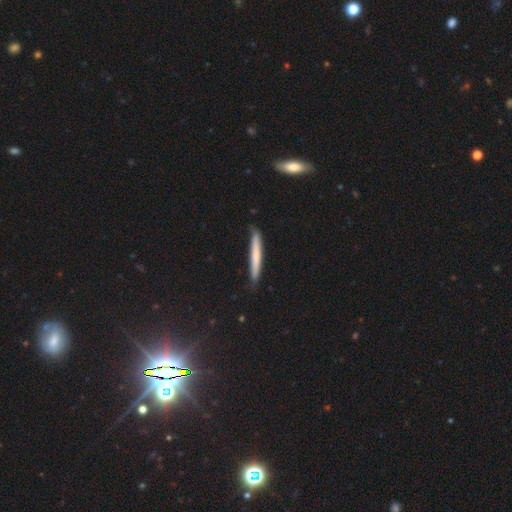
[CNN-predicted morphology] smooth_or_featured: smooth (p=0.65) [alt: featured or disk p=0.29]
how_rounded: cigar-shaped (p=0.96) [alt: in between p=0.03]
merging: none (p=0.83) [alt: minor disturbance p=0.13]